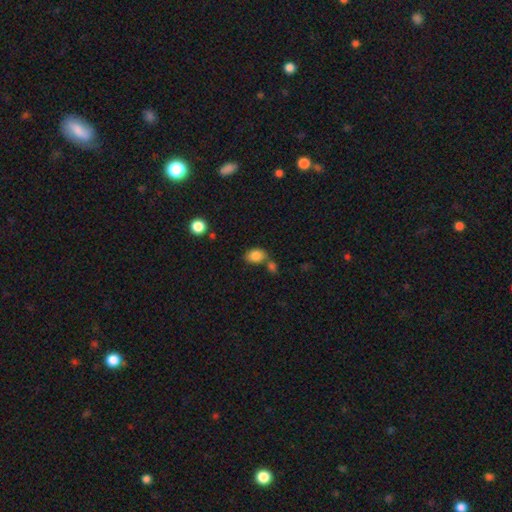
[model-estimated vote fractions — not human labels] This is clearly a smooth galaxy (84%). How rounded: likely in between (77%). Merging: likely none (60%).